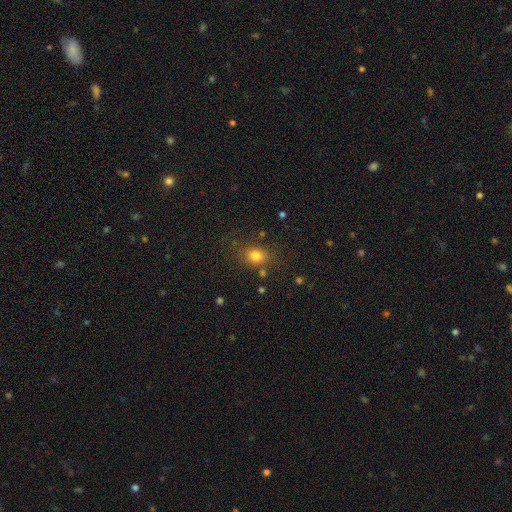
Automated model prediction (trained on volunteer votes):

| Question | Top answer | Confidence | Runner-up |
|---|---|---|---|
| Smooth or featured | smooth | 78% | star or artifact (14%) |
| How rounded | in between | 50% | round (48%) |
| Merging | none | 75% | minor disturbance (15%) |